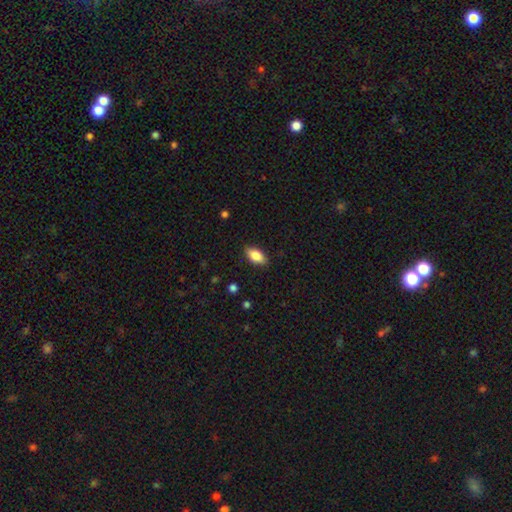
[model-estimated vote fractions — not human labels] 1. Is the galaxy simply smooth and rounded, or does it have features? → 83% smooth, 10% featured or disk, 7% star or artifact.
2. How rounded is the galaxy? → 90% in between, 6% cigar-shaped, 4% round.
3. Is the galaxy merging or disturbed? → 87% none, 10% minor disturbance, 2% major disturbance, 1% merger.